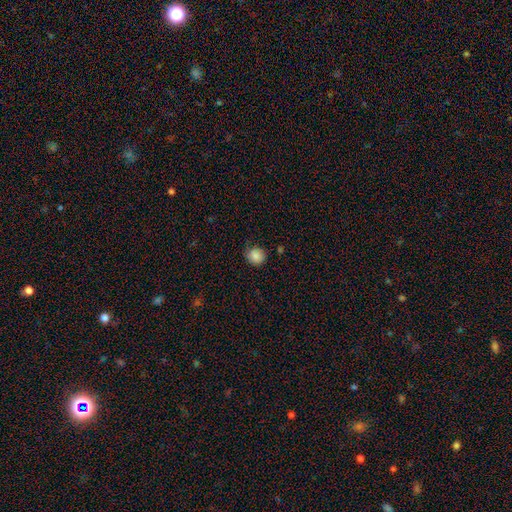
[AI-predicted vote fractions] Smooth or featured? Predicted: smooth (p=0.86). How rounded? Predicted: round (p=0.85). Merging? Predicted: none (p=0.80).